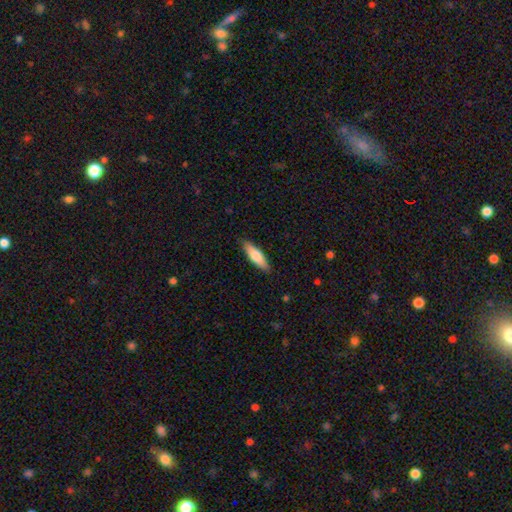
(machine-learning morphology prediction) Smooth or featured? smooth (72%)
How rounded? cigar-shaped (58%)
Merging? none (88%)